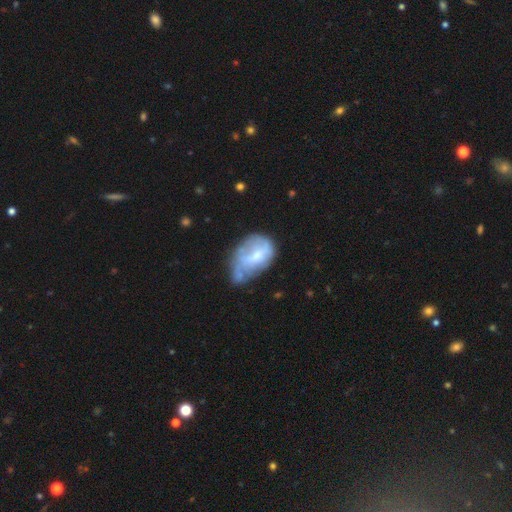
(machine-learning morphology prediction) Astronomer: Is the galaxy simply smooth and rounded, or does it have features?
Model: featured or disk — 47% (runner-up: smooth, 45%).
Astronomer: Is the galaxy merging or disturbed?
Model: minor disturbance — 34% (runner-up: none, 28%).